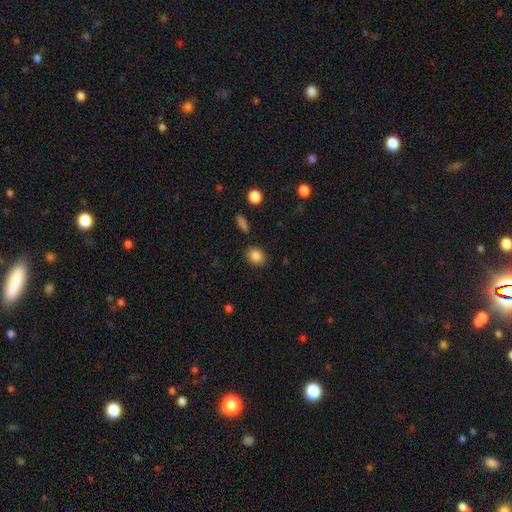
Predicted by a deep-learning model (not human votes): Overall: smooth (85%). How rounded: in between (50%; round 49%). Merging: none (85%).